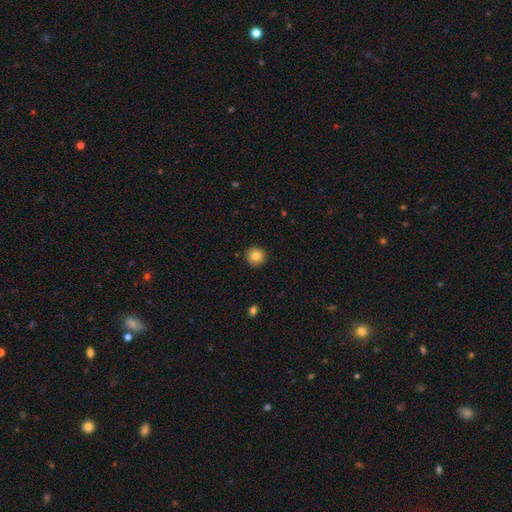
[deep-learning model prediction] smooth-or-featured: smooth: 83% | star or artifact: 10% | featured or disk: 8%
  how-rounded: round: 94% | in between: 5% | cigar-shaped: 1%
  merging: none: 90% | minor disturbance: 7% | major disturbance: 2% | merger: 1%